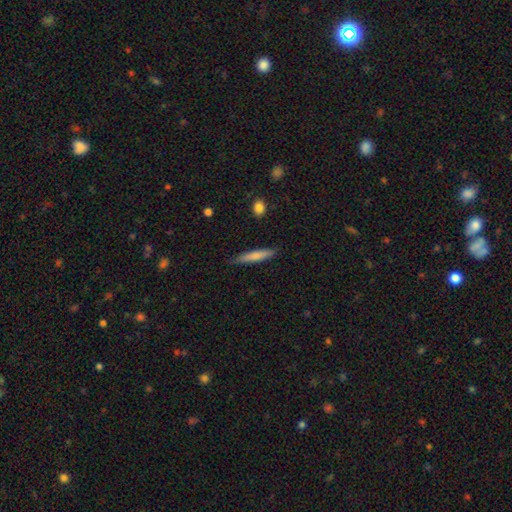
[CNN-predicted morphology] A smooth galaxy with no disk features (75%) that is cigar-shaped (91%).

Vote fractions:
- Smooth or featured? smooth: 75% / featured or disk: 19% / star or artifact: 6%
- How rounded? cigar-shaped: 91% / in between: 8% / round: 1%
- Merging? none: 82% / minor disturbance: 14% / major disturbance: 2% / merger: 2%